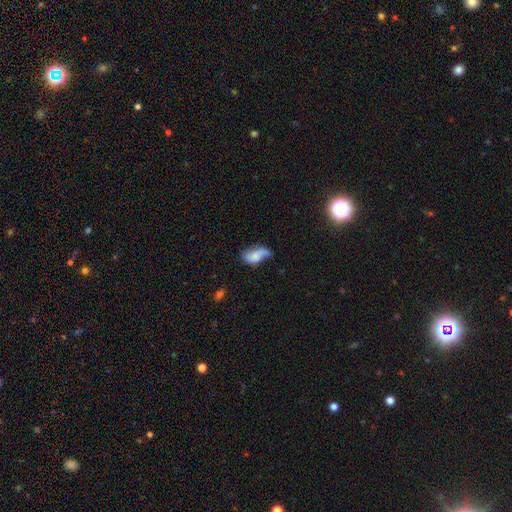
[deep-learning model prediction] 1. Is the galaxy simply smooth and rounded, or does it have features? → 51% smooth, 40% featured or disk, 9% star or artifact.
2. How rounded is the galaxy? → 89% in between, 7% round, 4% cigar-shaped.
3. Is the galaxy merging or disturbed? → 35% none, 33% minor disturbance, 25% major disturbance, 6% merger.